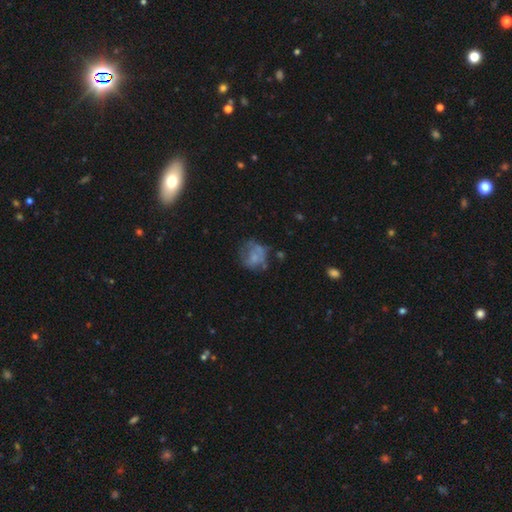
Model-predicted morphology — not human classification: This is possibly a smooth galaxy (47%). Merging: marginally none (43%).